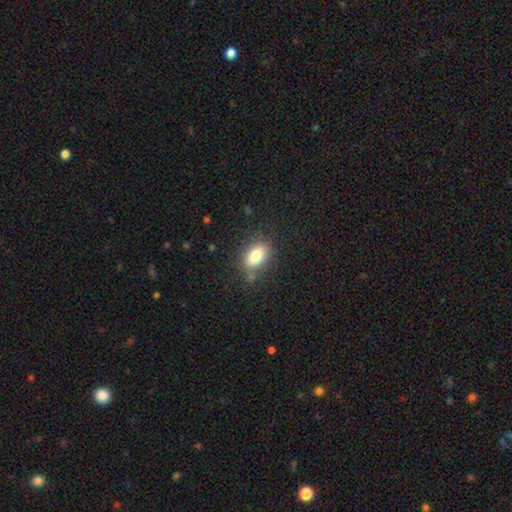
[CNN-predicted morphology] A smooth galaxy with no disk features (78%) that is in between round and cigar-shaped (79%). Merging: none (74%).